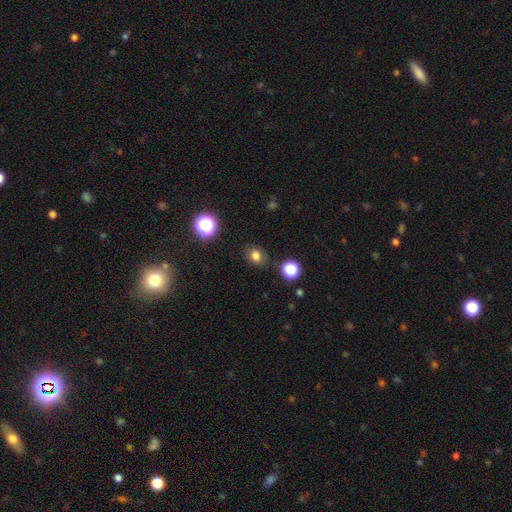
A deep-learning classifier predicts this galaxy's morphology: Smooth or featured: smooth — 78% (star or artifact — 16%)
How rounded: round — 65% (in between — 34%)
Merging: none — 81% (minor disturbance — 12%)